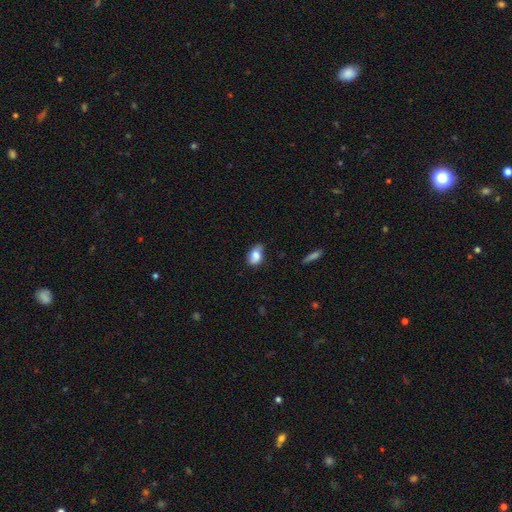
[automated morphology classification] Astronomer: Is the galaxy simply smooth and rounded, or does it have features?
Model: smooth — 75%.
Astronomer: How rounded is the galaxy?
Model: in between — 84%.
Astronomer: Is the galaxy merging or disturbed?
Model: none — 55% (runner-up: minor disturbance, 35%).